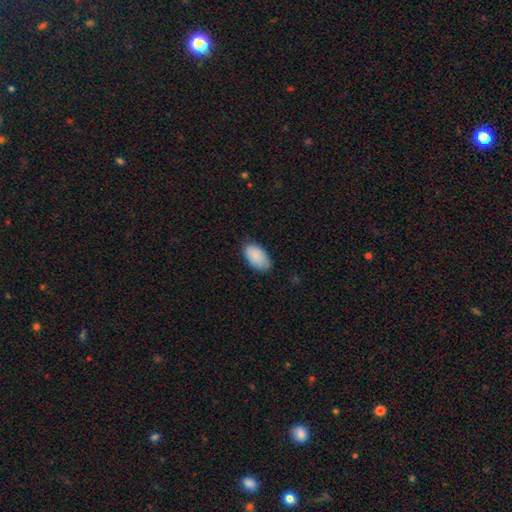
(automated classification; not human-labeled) smooth 88%, featured or disk 6%, star or artifact 6%. Down the decision tree: how rounded — in between (95%); merging — none (79%).